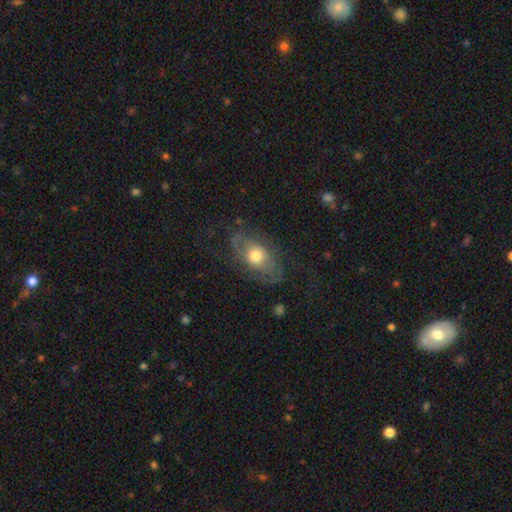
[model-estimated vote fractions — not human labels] smooth_or_featured: featured or disk (p=0.50) [alt: smooth p=0.40]
merging: none (p=0.59) [alt: minor disturbance p=0.22]